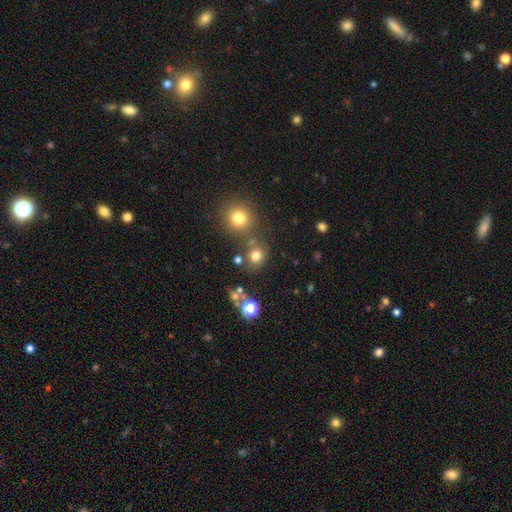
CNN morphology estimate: smooth-or-featured: smooth: 75% | star or artifact: 18% | featured or disk: 7%
  how-rounded: round: 83% | in between: 16% | cigar-shaped: 1%
  merging: none: 69% | merger: 16% | minor disturbance: 10% | major disturbance: 5%